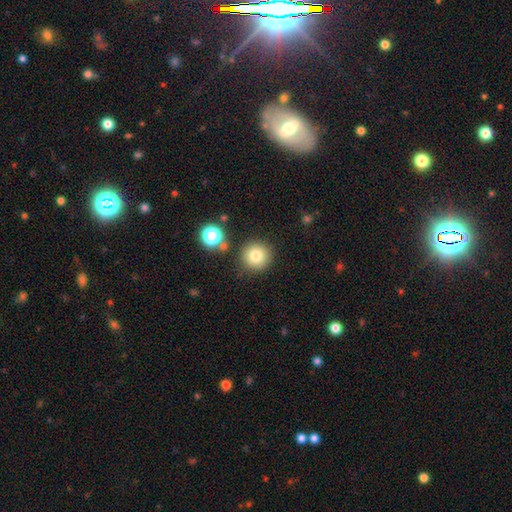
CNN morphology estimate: Q: Smooth or featured?
A: smooth (81%); runner-up: star or artifact (12%)
Q: How rounded?
A: round (95%); runner-up: in between (4%)
Q: Merging?
A: none (84%); runner-up: minor disturbance (8%)